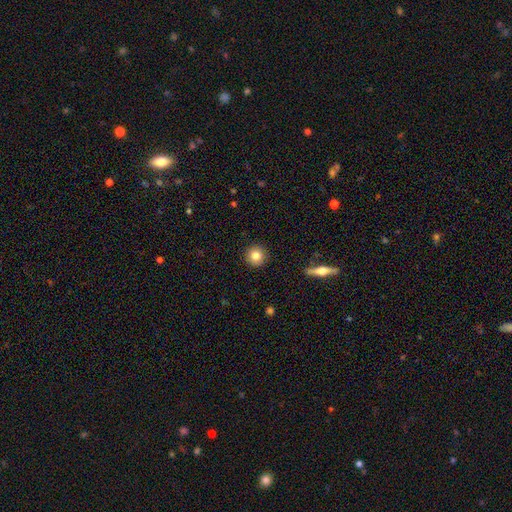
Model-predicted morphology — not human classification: type=smooth (81%); roundness=round (95%); merging=none (92%).